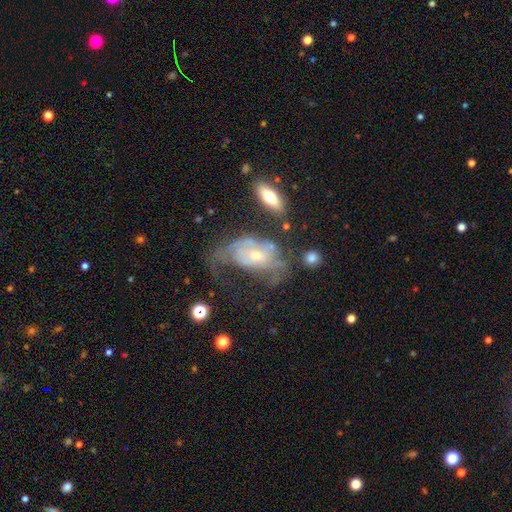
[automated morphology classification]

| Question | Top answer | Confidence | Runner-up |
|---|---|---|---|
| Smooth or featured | featured or disk | 66% | smooth (25%) |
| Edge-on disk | no | 93% | yes (7%) |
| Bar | no | 76% | weak (20%) |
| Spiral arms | yes | 64% | no (36%) |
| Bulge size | small | 58% | moderate (36%) |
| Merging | major disturbance | 50% | none (22%) |